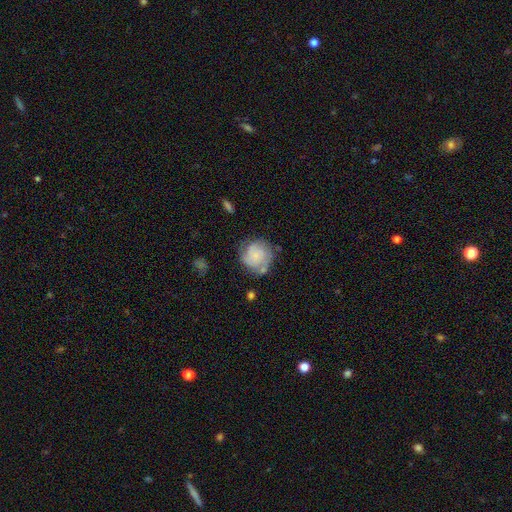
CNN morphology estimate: A featured or disk galaxy (52%) with no bar (78%), spiral arms (84%) and a small central bulge (57%). Merging: none (58%).